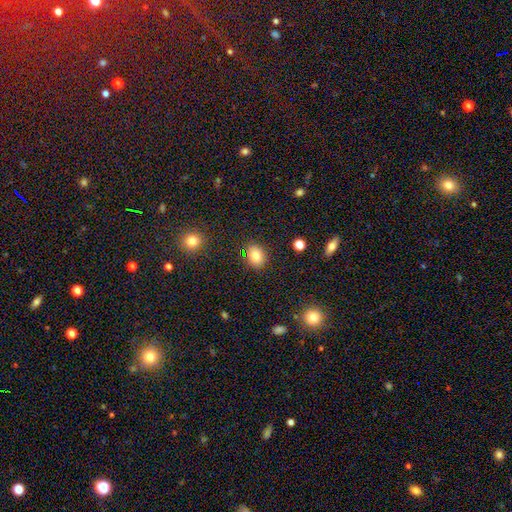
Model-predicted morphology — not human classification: This appears to be a smooth galaxy with no disk features (81%) that is round (52%). Merging: none (86%).